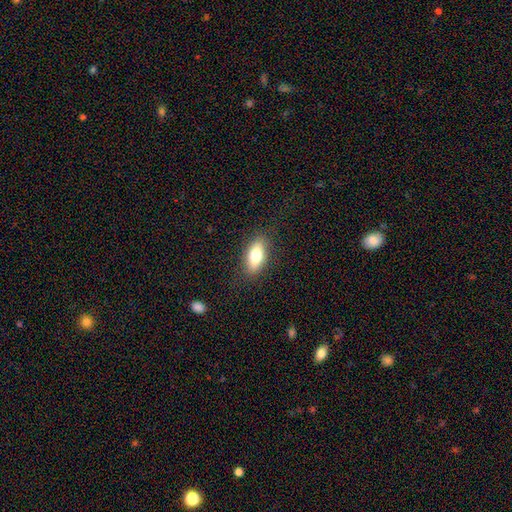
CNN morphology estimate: Q: Smooth or featured?
A: smooth (74%); runner-up: featured or disk (19%)
Q: How rounded?
A: in between (82%); runner-up: cigar-shaped (14%)
Q: Merging?
A: none (86%); runner-up: minor disturbance (10%)